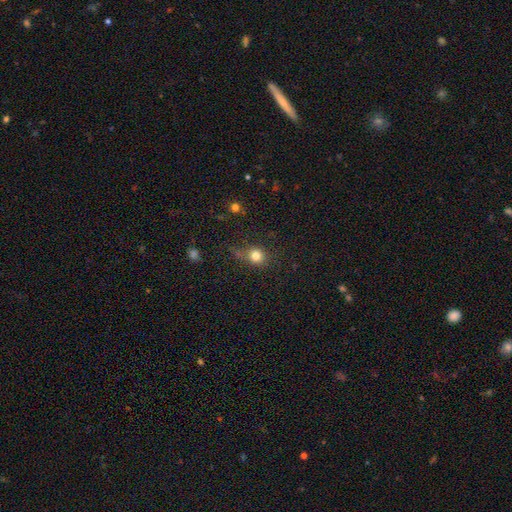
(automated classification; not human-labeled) smooth-or-featured: smooth: 80% | star or artifact: 13% | featured or disk: 7%
  how-rounded: round: 80% | in between: 19% | cigar-shaped: 1%
  merging: none: 67% | minor disturbance: 19% | major disturbance: 8% | merger: 6%